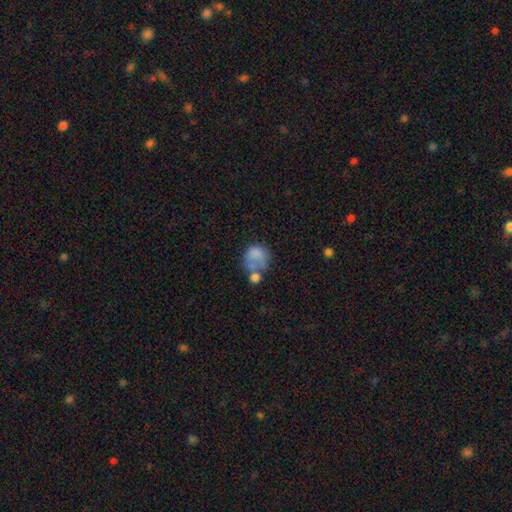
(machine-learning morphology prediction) smooth_or_featured: smooth (p=0.69) [alt: featured or disk p=0.21]
how_rounded: round (p=0.70) [alt: in between p=0.29]
merging: none (p=0.30) [tied with: merger p=0.30]